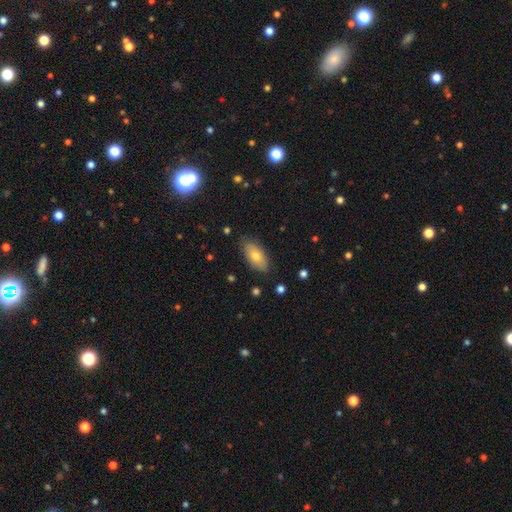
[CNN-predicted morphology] This appears to be a smooth galaxy with no disk features (72%) that is in between round and cigar-shaped (89%). Merging: none (83%).